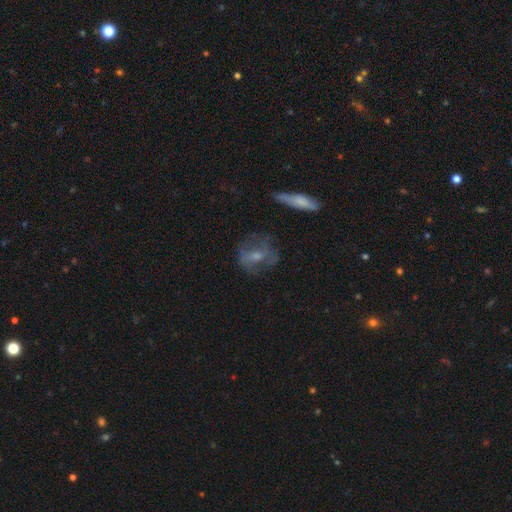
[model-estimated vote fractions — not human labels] This is possibly a featured or disk galaxy (50%). Merging: possibly none (57%).